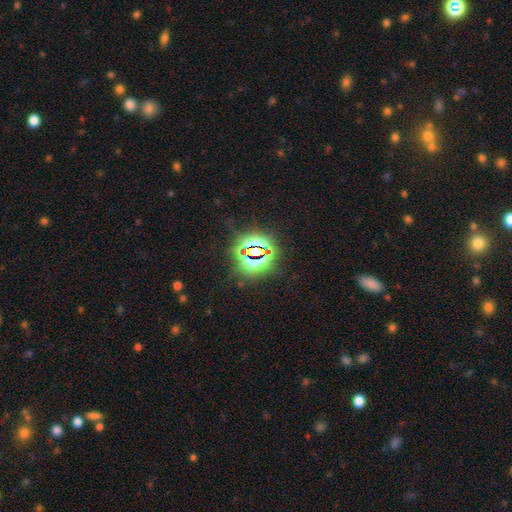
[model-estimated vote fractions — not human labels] Smooth or featured? Predicted: star or artifact (p=0.80).